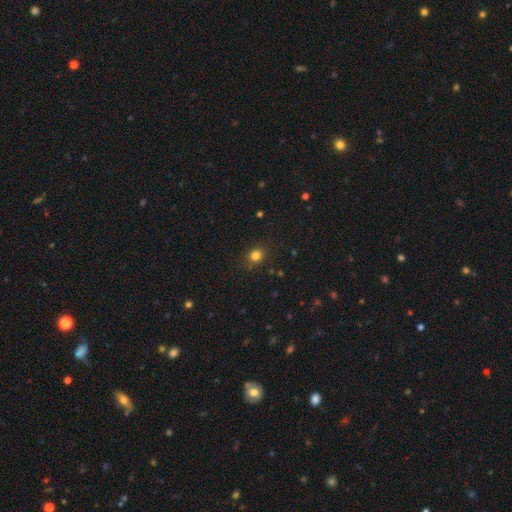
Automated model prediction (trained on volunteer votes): Morphology: type=smooth (81%); roundness=round (81%); merging=none (87%).